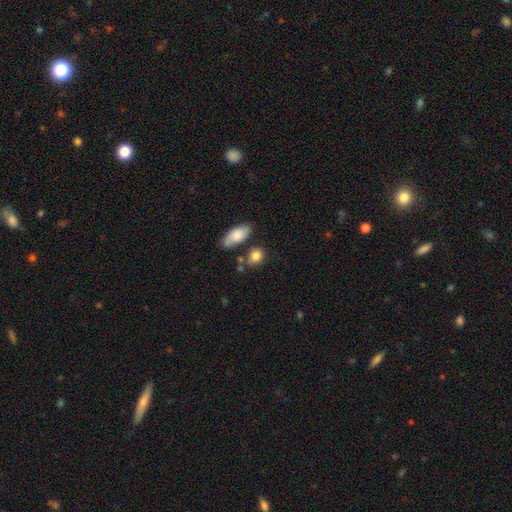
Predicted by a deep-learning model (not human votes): Smooth or featured? Predicted: smooth (p=0.83). How rounded? Predicted: round (p=0.51). Merging? Predicted: none (p=0.66).